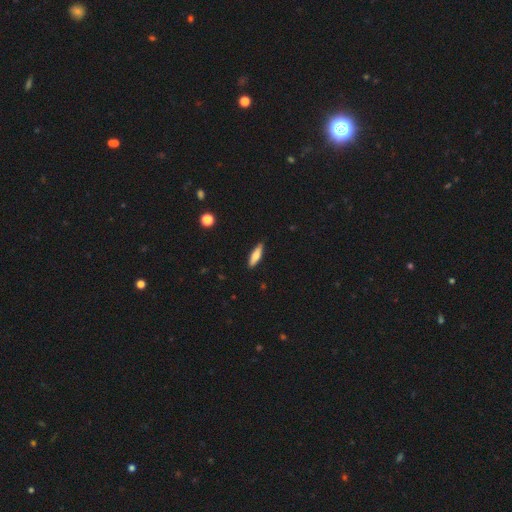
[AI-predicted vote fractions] This is likely a smooth galaxy (68%). How rounded: likely cigar-shaped (60%). Merging: clearly none (89%).